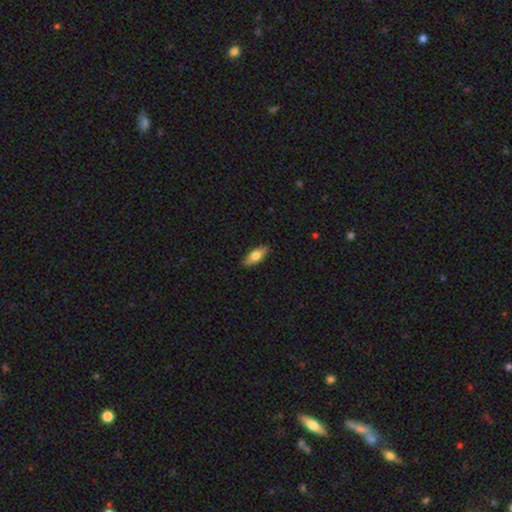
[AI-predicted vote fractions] smooth_or_featured: smooth (p=0.73) [alt: featured or disk p=0.21]
how_rounded: in between (p=0.77) [alt: cigar-shaped p=0.21]
merging: none (p=0.88) [alt: minor disturbance p=0.10]